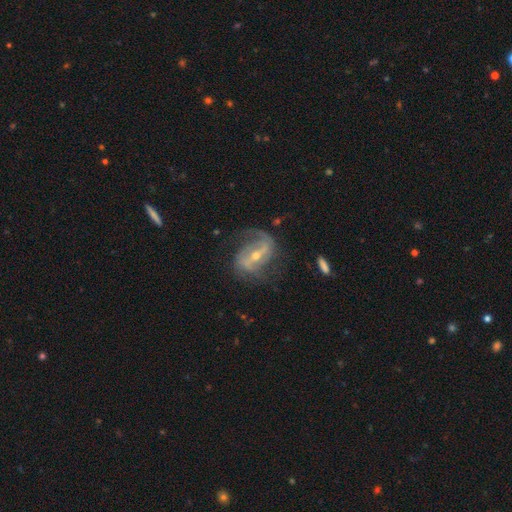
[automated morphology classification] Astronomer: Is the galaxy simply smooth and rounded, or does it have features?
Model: featured or disk — 85%.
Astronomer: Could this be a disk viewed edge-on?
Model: no — 95%.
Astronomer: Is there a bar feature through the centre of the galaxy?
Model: strong — 49% (runner-up: weak, 35%).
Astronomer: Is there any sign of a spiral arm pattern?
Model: yes — 92%.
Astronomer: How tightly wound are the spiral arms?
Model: medium — 42% (runner-up: loose, 39%).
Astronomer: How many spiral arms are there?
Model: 2 — 72%.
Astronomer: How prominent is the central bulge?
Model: small — 54% (runner-up: moderate, 43%).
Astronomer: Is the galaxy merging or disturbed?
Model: none — 61%.